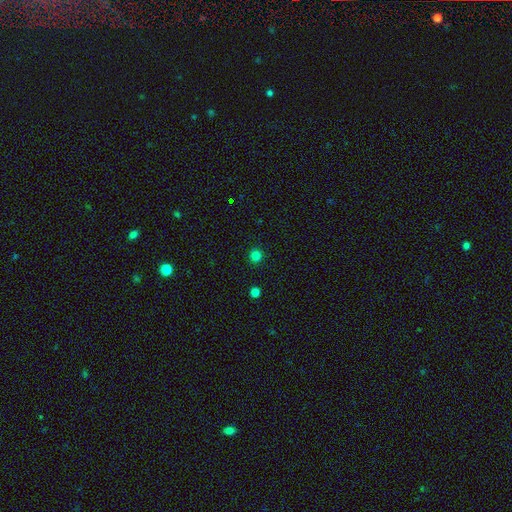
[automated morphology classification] smooth-or-featured: smooth: 81% | star or artifact: 15% | featured or disk: 4%
  how-rounded: round: 94% | in between: 5% | cigar-shaped: 1%
  merging: none: 92% | minor disturbance: 5% | major disturbance: 2% | merger: 1%